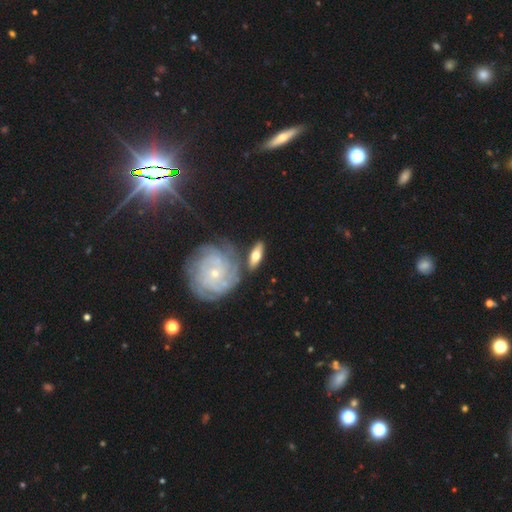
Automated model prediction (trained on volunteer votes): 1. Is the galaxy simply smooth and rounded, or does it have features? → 59% featured or disk, 35% smooth, 6% star or artifact.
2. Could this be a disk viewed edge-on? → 71% no, 29% yes.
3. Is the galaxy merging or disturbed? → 72% none, 15% minor disturbance, 9% merger, 5% major disturbance.